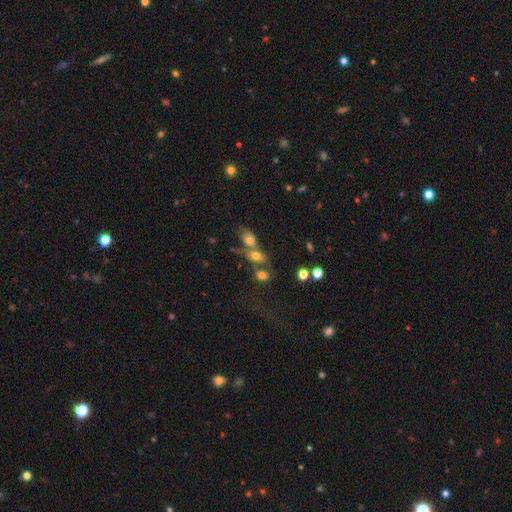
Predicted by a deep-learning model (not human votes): This is likely a smooth galaxy (65%). How rounded: likely in between (63%). Merging: likely merger (61%).